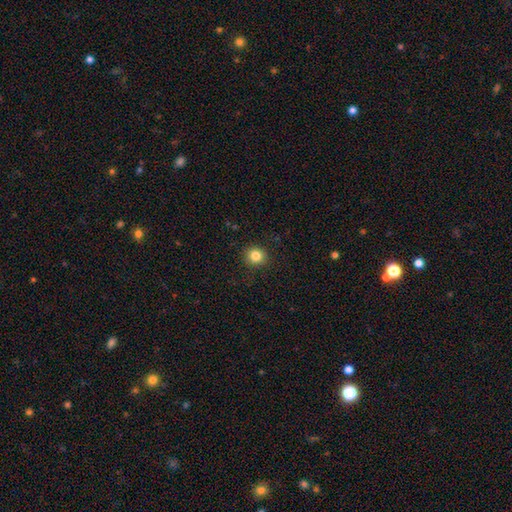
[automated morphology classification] This appears to be a smooth galaxy with no disk features (84%) that is round (88%). Merging: none (90%).